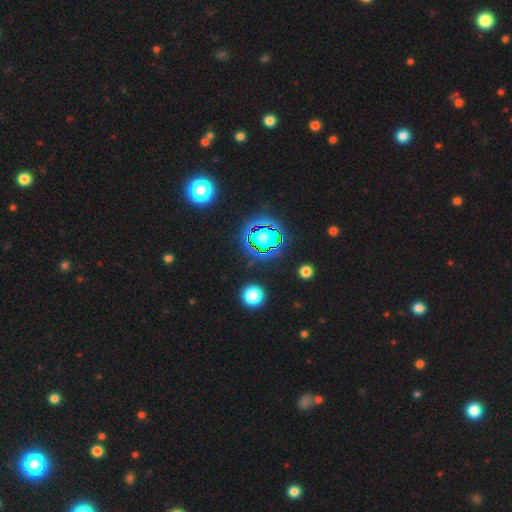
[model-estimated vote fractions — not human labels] This is likely a star or artifact rather than a galaxy (78%).